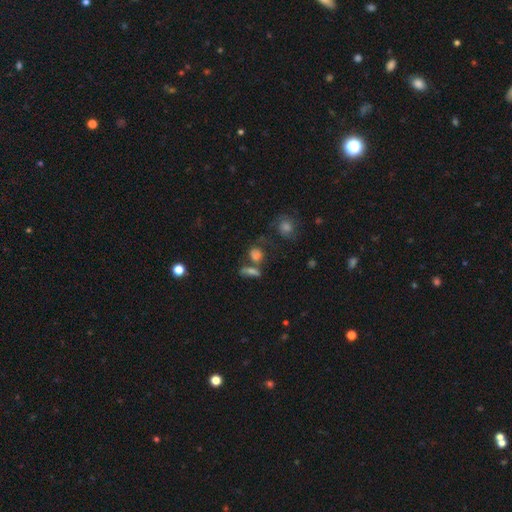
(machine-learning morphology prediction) smooth-or-featured: smooth: 54% | star or artifact: 24% | featured or disk: 22%
  how-rounded: in between: 48% | round: 40% | cigar-shaped: 12%
  merging: none: 46% | merger: 31% | minor disturbance: 13% | major disturbance: 9%